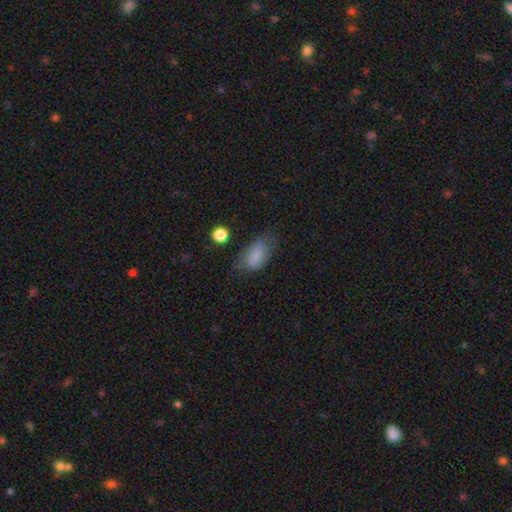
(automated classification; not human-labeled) This appears to be a smooth galaxy with no disk features (80%) that is in between round and cigar-shaped (91%). Merging: none (57%).